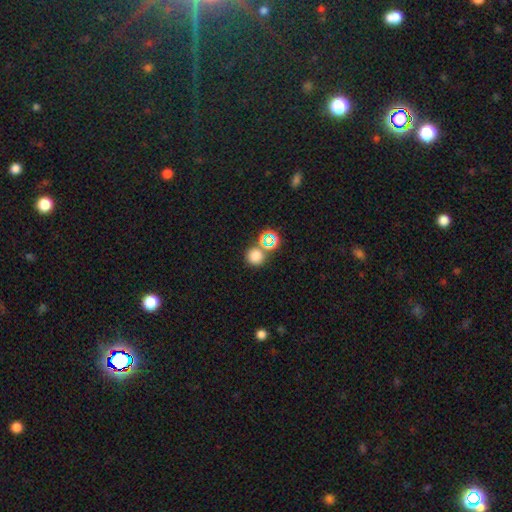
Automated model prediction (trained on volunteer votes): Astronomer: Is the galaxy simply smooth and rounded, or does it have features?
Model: smooth — 72%.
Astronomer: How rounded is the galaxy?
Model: round — 90%.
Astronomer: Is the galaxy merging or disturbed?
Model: none — 72%.